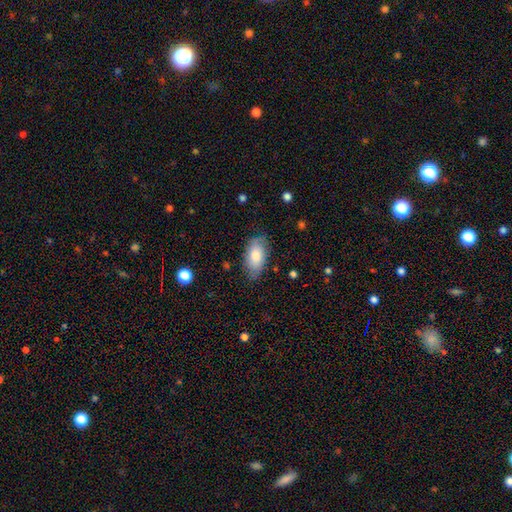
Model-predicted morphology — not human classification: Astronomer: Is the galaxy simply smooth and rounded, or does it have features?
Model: smooth — 77%.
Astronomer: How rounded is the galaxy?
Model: in between — 93%.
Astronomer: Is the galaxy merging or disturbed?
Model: none — 73%.